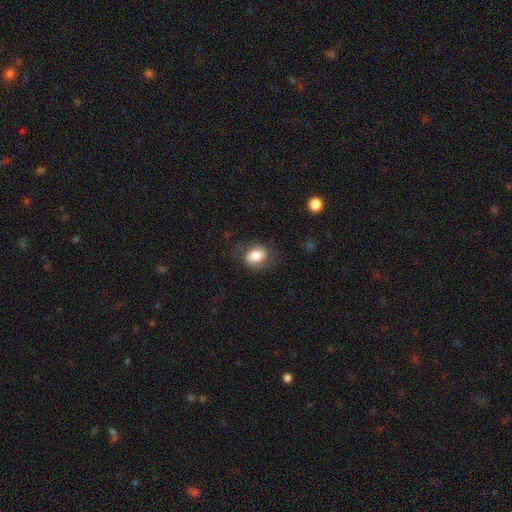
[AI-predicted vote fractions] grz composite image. It shows a smooth galaxy with no disk features (72%) that is in between round and cigar-shaped (73%). Merging: none (66%).